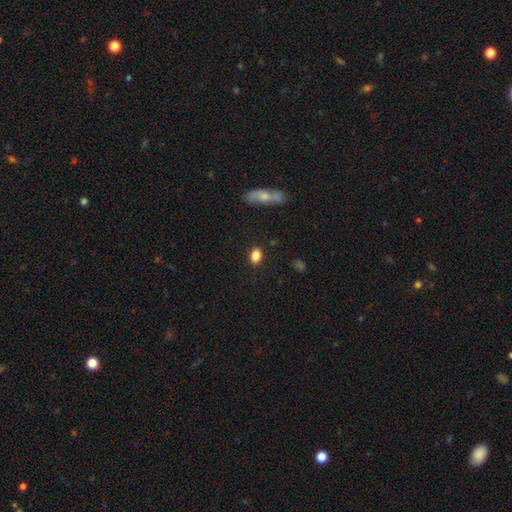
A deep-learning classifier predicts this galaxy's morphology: type=smooth (85%); roundness=in between (75%); merging=none (86%).